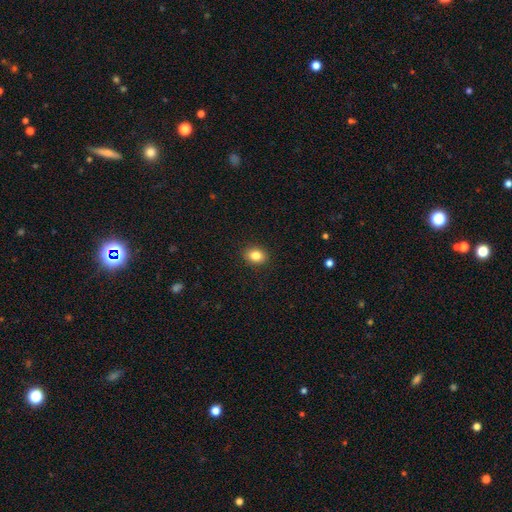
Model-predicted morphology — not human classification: Smooth or featured: smooth — 84% (star or artifact — 10%)
How rounded: in between — 59% (round — 40%)
Merging: none — 91% (minor disturbance — 7%)